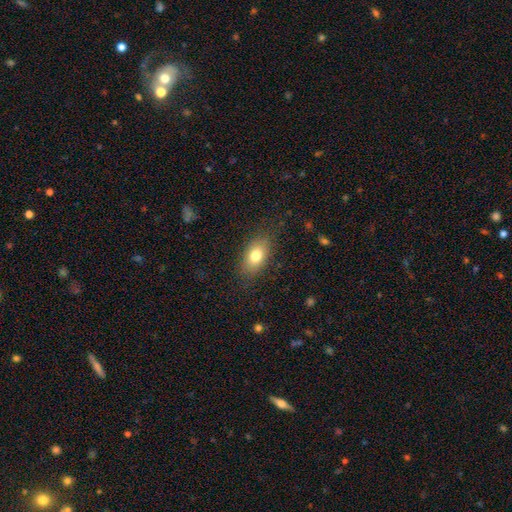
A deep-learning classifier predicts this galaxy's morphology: Q: Smooth or featured?
A: smooth (77%); runner-up: featured or disk (15%)
Q: How rounded?
A: in between (86%); runner-up: round (9%)
Q: Merging?
A: none (83%); runner-up: minor disturbance (12%)